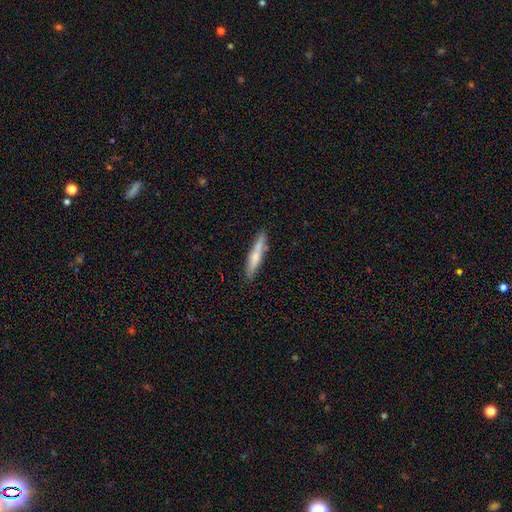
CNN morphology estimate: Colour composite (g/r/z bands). It shows a smooth galaxy with no disk features (63%) that is cigar-shaped (90%). Merging: none (80%).